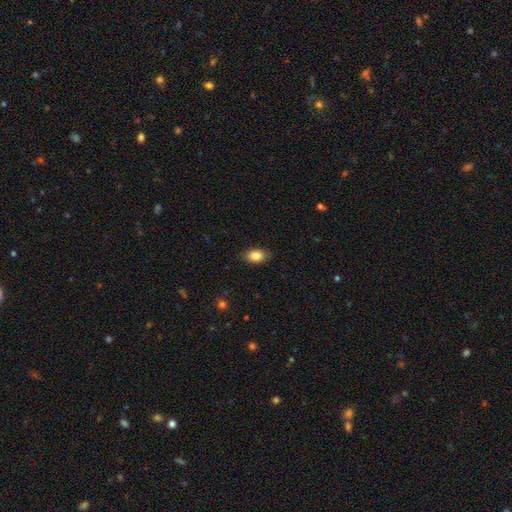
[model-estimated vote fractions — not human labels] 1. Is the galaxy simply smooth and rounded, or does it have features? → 86% smooth, 8% star or artifact, 6% featured or disk.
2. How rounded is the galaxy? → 86% in between, 12% round, 2% cigar-shaped.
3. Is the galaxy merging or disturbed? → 84% none, 12% minor disturbance, 3% major disturbance, 1% merger.